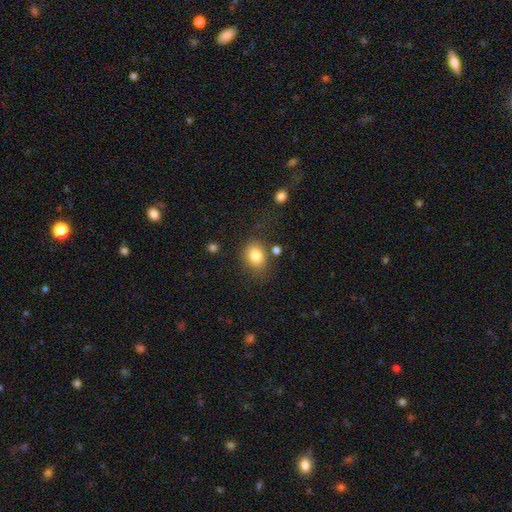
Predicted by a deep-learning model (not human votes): Smooth or featured? Predicted: smooth (p=0.82). How rounded? Predicted: in between (p=0.56). Merging? Predicted: none (p=0.70).